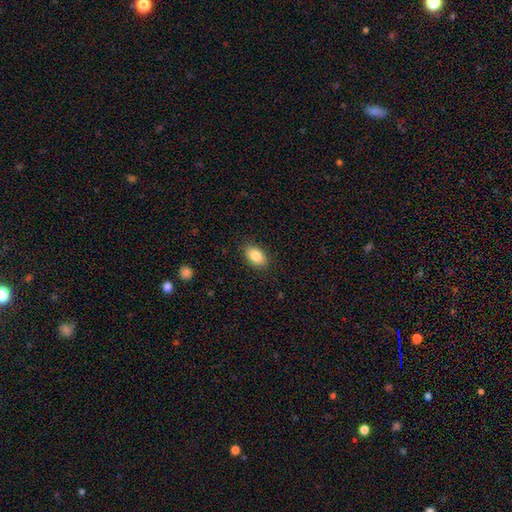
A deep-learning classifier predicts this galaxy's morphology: Smooth or featured?
  - smooth: 85% *
  - star or artifact: 8%
  - featured or disk: 7%
How rounded?
  - in between: 90% *
  - round: 8%
  - cigar-shaped: 2%
Merging?
  - none: 88% *
  - minor disturbance: 9%
  - major disturbance: 2%
  - merger: 1%